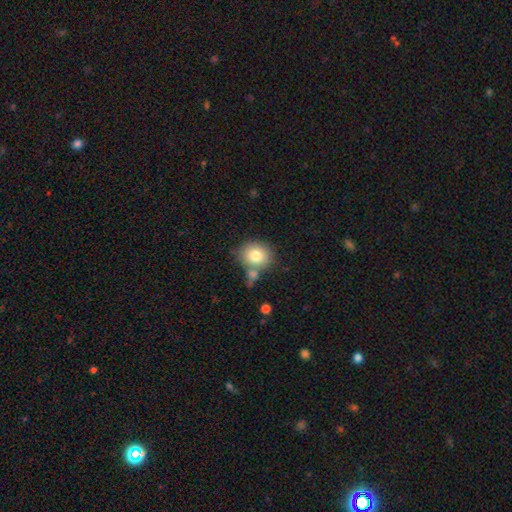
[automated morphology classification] type=smooth (79%); roundness=round (71%); merging=none (59%).